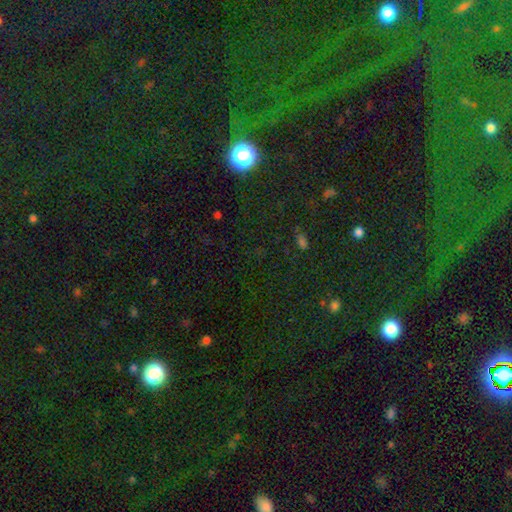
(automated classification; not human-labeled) Smooth or featured? Predicted: star or artifact (p=0.70).